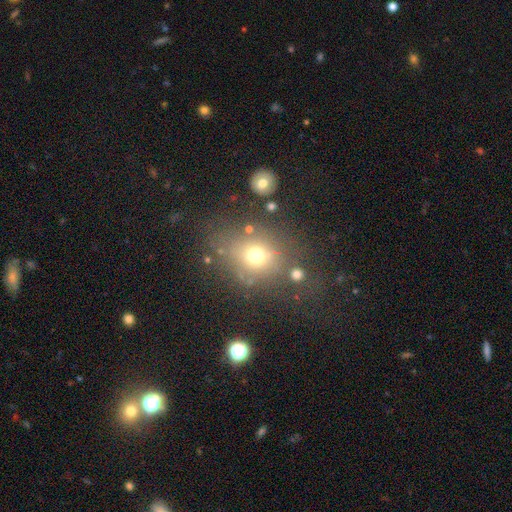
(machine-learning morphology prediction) Q: Smooth or featured?
A: smooth (68%); runner-up: star or artifact (19%)
Q: How rounded?
A: round (66%); runner-up: in between (32%)
Q: Merging?
A: none (69%); runner-up: minor disturbance (15%)